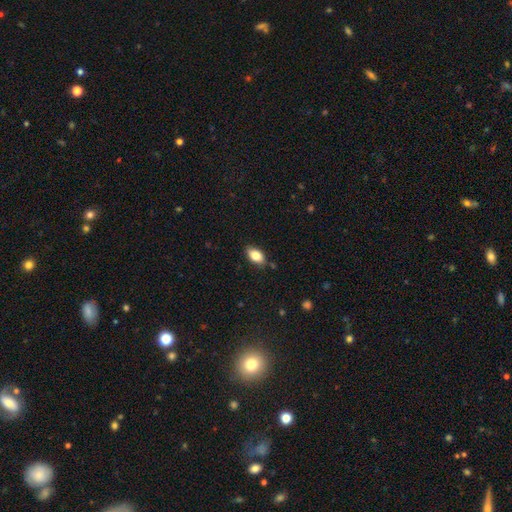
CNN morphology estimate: Q: Smooth or featured?
A: smooth (82%); runner-up: featured or disk (10%)
Q: How rounded?
A: in between (91%); runner-up: round (6%)
Q: Merging?
A: none (83%); runner-up: minor disturbance (13%)